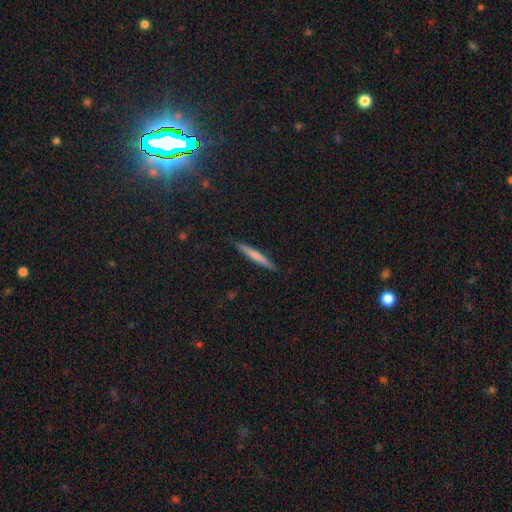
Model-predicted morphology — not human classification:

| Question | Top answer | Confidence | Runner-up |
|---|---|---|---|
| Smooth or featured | smooth | 63% | featured or disk (31%) |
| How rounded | cigar-shaped | 96% | in between (3%) |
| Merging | none | 91% | minor disturbance (7%) |